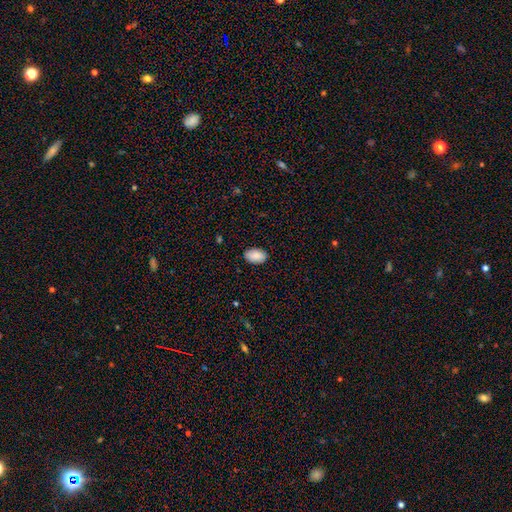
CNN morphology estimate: smooth 89%, star or artifact 6%, featured or disk 5%. Down the decision tree: how rounded — in between (92%); merging — none (88%).